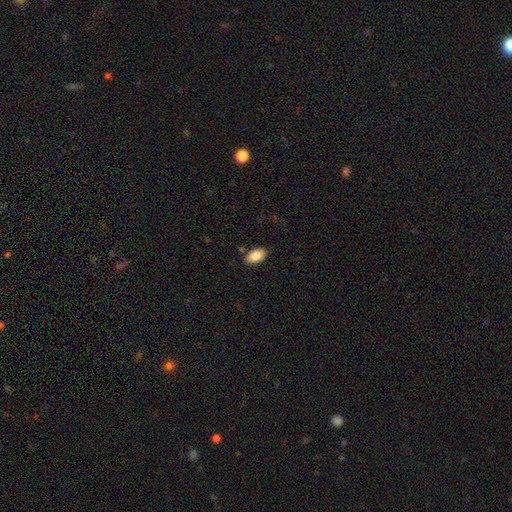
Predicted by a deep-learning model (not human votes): A smooth galaxy with no disk features (87%) that is in between round and cigar-shaped (93%).

Vote fractions:
- Smooth or featured? smooth: 87% / star or artifact: 7% / featured or disk: 6%
- How rounded? in between: 93% / round: 4% / cigar-shaped: 2%
- Merging? none: 85% / minor disturbance: 11% / major disturbance: 2% / merger: 2%